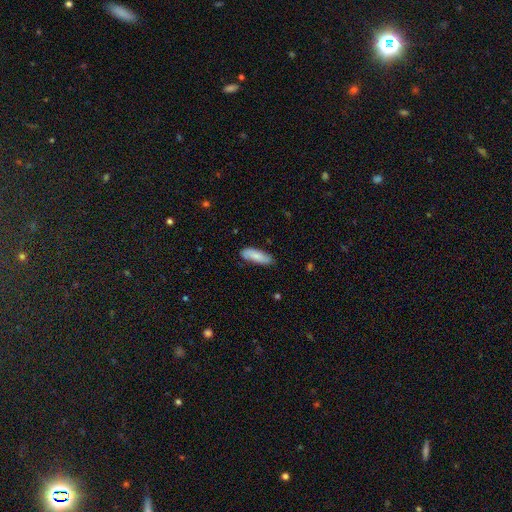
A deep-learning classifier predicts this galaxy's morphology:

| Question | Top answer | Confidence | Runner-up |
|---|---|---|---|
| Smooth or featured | smooth | 81% | featured or disk (13%) |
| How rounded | in between | 55% | cigar-shaped (43%) |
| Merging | none | 79% | minor disturbance (17%) |